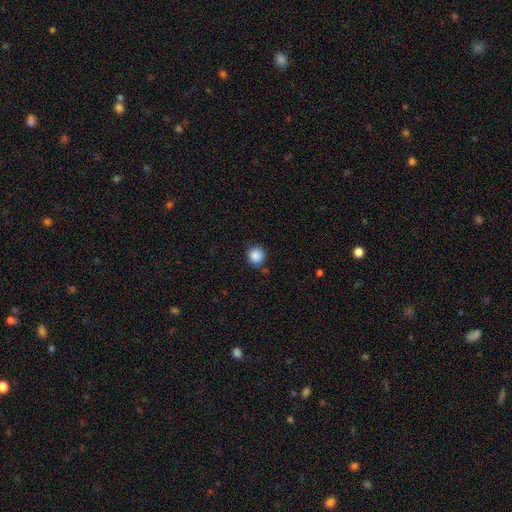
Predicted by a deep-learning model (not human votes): A smooth galaxy with no disk features (88%) that is round (94%).

Vote fractions:
- Smooth or featured? smooth: 88% / star or artifact: 10% / featured or disk: 3%
- How rounded? round: 94% / in between: 6% / cigar-shaped: 1%
- Merging? none: 86% / minor disturbance: 9% / major disturbance: 3% / merger: 3%